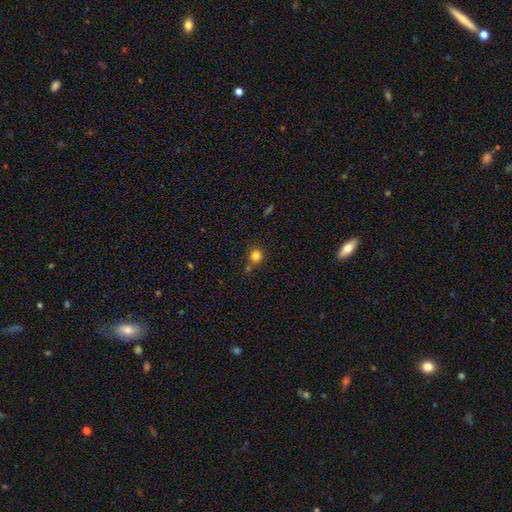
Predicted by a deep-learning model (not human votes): smooth_or_featured: smooth (p=0.82) [alt: star or artifact p=0.13]
how_rounded: round (p=0.86) [alt: in between p=0.13]
merging: none (p=0.72) [alt: merger p=0.13]